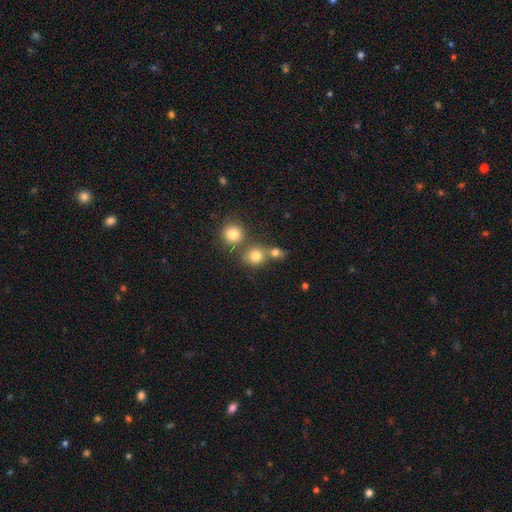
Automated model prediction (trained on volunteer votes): A smooth galaxy with no disk features (79%) that is round (83%). Merging: none (55%).